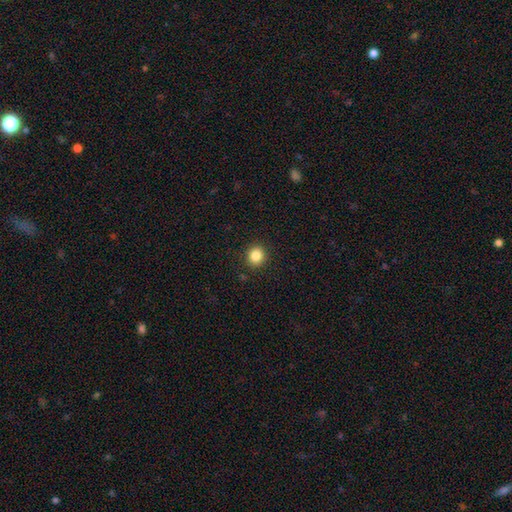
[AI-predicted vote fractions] Morphology: type=smooth (85%); roundness=round (86%); merging=none (91%).